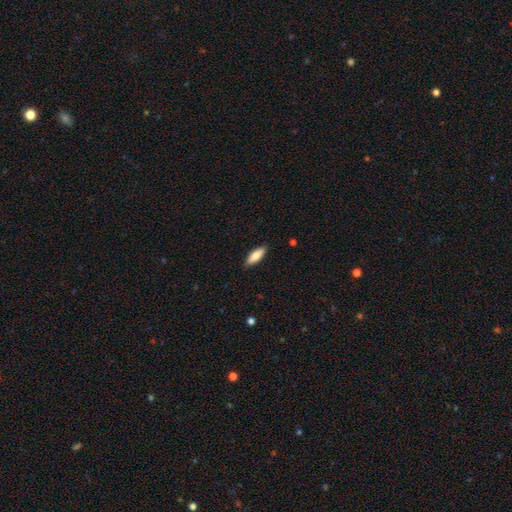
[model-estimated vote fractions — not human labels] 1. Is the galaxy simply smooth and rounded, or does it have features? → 80% smooth, 15% featured or disk, 6% star or artifact.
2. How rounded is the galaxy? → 63% in between, 36% cigar-shaped, 2% round.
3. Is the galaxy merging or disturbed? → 88% none, 9% minor disturbance, 2% major disturbance, 1% merger.